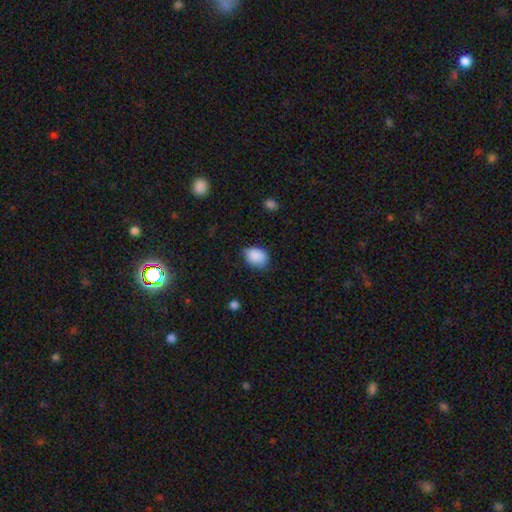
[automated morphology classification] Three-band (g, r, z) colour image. It shows a smooth galaxy with no disk features (89%) that is in between round and cigar-shaped (68%). Merging: none (72%).